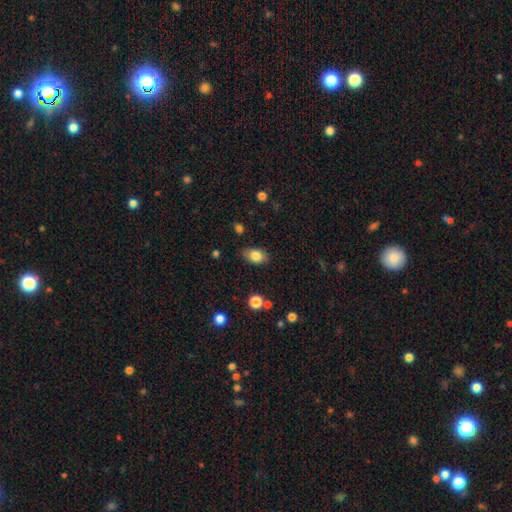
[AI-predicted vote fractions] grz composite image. It shows a smooth galaxy with no disk features (82%) that is in between round and cigar-shaped (86%). Merging: none (84%).